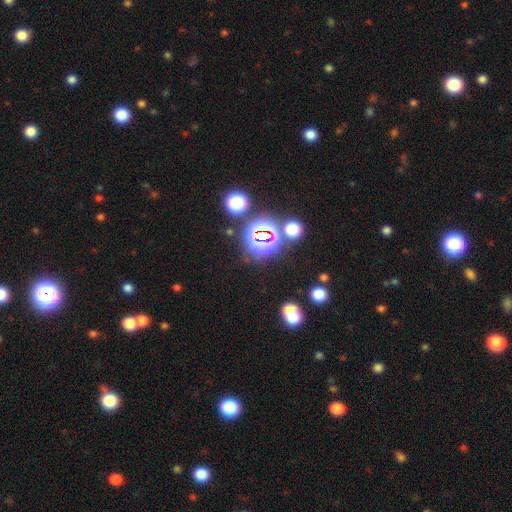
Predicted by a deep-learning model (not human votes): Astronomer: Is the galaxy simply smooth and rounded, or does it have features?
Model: star or artifact — 76%.